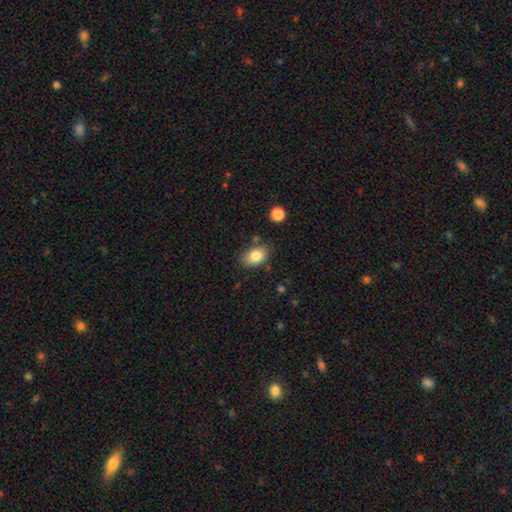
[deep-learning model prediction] Smooth or featured: smooth — 83% (featured or disk — 8%)
How rounded: in between — 87% (round — 12%)
Merging: none — 76% (minor disturbance — 16%)